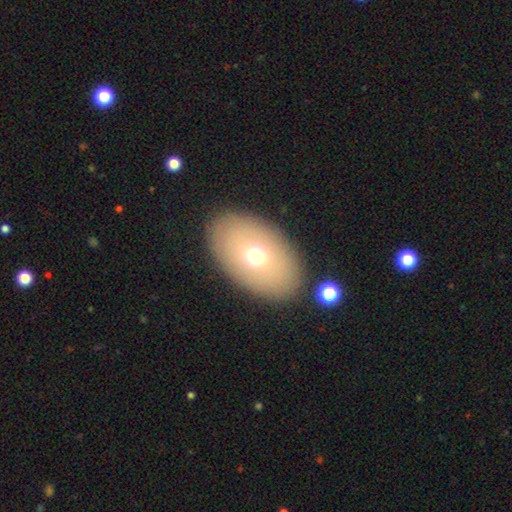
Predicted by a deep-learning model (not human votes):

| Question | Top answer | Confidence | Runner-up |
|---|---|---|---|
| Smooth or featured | smooth | 65% | featured or disk (24%) |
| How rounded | in between | 86% | round (13%) |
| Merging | none | 86% | minor disturbance (8%) |